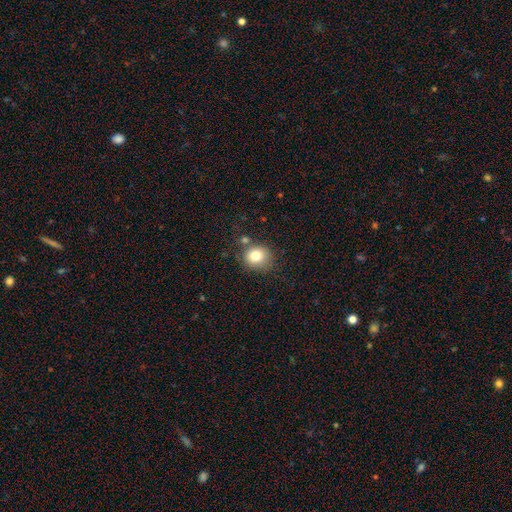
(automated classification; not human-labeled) smooth-or-featured: smooth: 79% | star or artifact: 11% | featured or disk: 10%
  how-rounded: round: 79% | in between: 21% | cigar-shaped: 1%
  merging: none: 73% | minor disturbance: 14% | merger: 9% | major disturbance: 4%